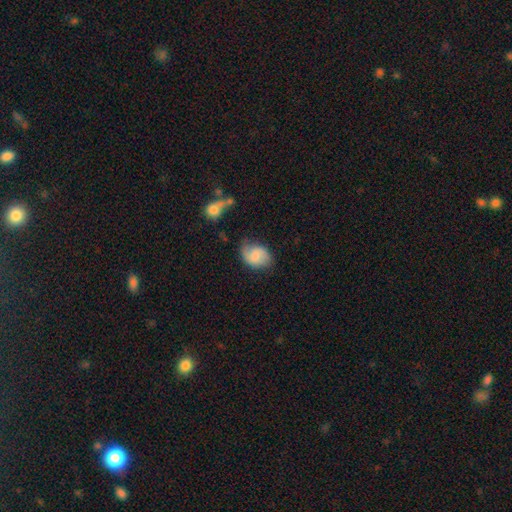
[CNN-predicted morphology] A smooth galaxy with no disk features (55%) that is in between round and cigar-shaped (67%). Merging: none (58%).